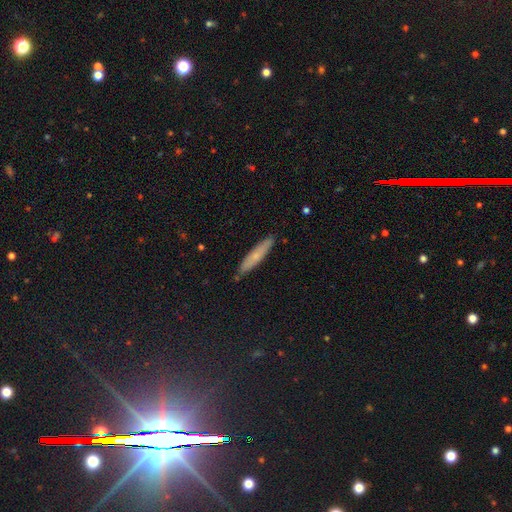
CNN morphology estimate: Smooth or featured? smooth (63%)
How rounded? cigar-shaped (89%)
Merging? none (86%)